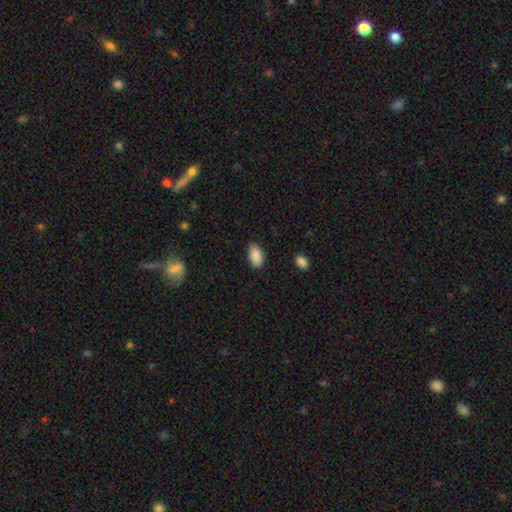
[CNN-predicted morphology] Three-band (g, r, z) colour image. It shows a smooth galaxy with no disk features (89%) that is in between round and cigar-shaped (94%). Merging: none (83%).